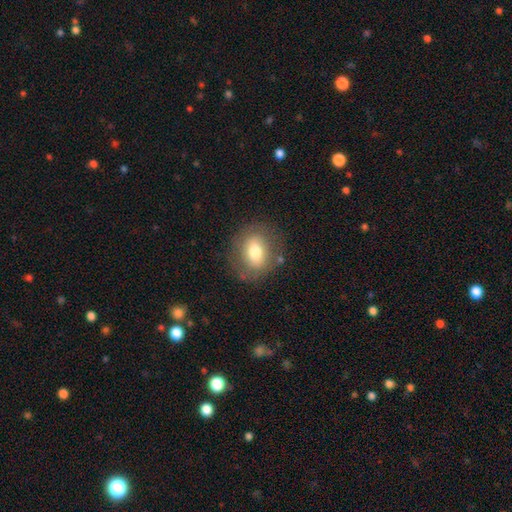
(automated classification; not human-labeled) This appears to be a smooth galaxy with no disk features (66%) that is round (54%). Merging: none (80%).